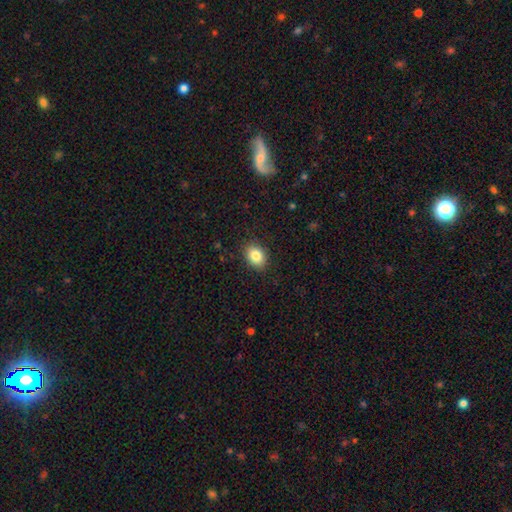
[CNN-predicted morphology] A smooth galaxy with no disk features (84%) that is in between round and cigar-shaped (70%).

Vote fractions:
- Smooth or featured? smooth: 84% / star or artifact: 9% / featured or disk: 7%
- How rounded? in between: 70% / round: 29% / cigar-shaped: 1%
- Merging? none: 89% / minor disturbance: 8% / major disturbance: 2% / merger: 1%